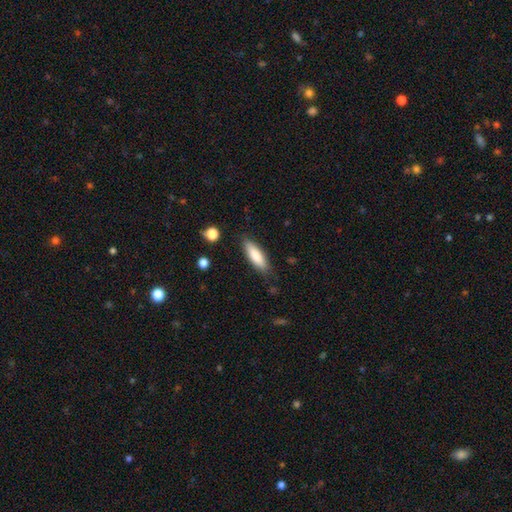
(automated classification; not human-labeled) Overall: smooth (82%). How rounded: cigar-shaped (51%; in between 47%). Merging: none (84%).